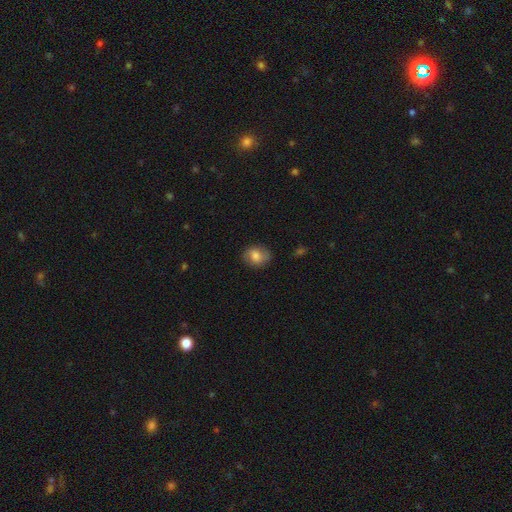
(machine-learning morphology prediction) Q: Smooth or featured?
A: smooth (71%); runner-up: featured or disk (21%)
Q: How rounded?
A: round (53%); runner-up: in between (46%)
Q: Merging?
A: none (79%); runner-up: minor disturbance (16%)